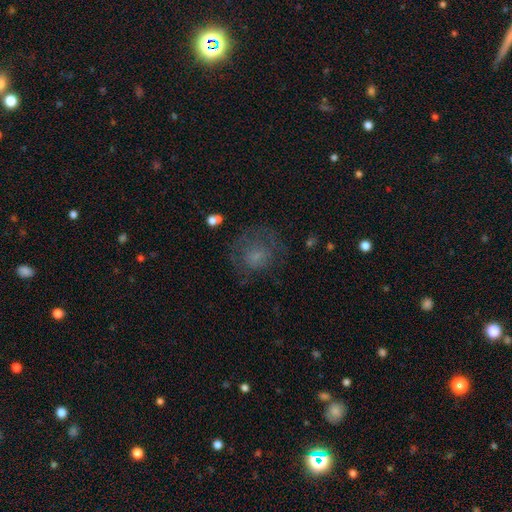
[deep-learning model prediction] smooth_or_featured: smooth (p=0.50) [alt: featured or disk p=0.35]
how_rounded: round (p=0.75) [alt: in between p=0.24]
merging: none (p=0.58) [alt: major disturbance p=0.21]